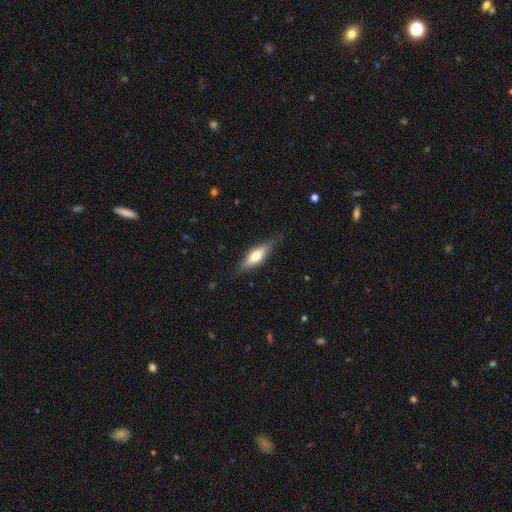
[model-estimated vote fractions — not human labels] Q: Smooth or featured?
A: smooth (56%); runner-up: featured or disk (38%)
Q: How rounded?
A: cigar-shaped (49%); runner-up: in between (48%)
Q: Merging?
A: none (81%); runner-up: minor disturbance (15%)